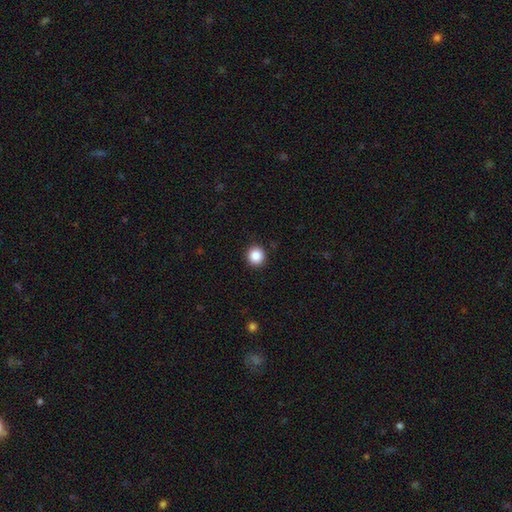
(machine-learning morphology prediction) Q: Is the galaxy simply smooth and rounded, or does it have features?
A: smooth — 87%.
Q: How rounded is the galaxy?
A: round — 94%.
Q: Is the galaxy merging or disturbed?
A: none — 92%.